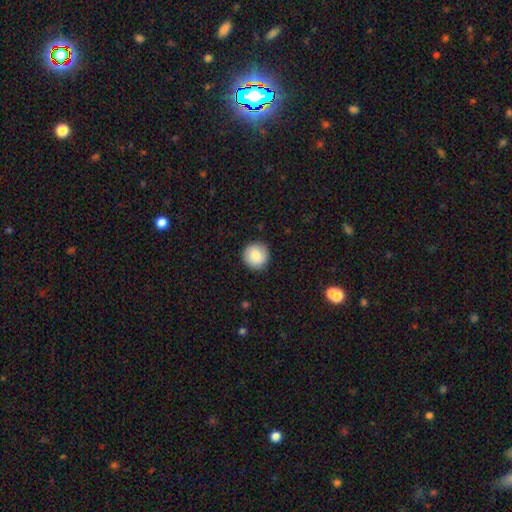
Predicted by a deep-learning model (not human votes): A smooth galaxy with no disk features (83%) that is round (94%). Merging: none (88%).